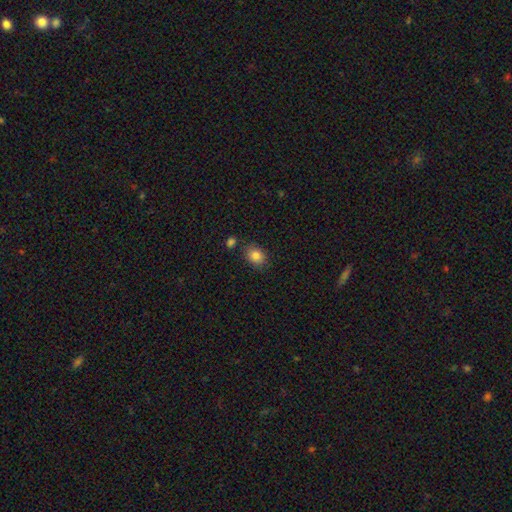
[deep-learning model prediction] This appears to be a smooth galaxy with no disk features (84%) that is in between round and cigar-shaped (52%). Merging: none (80%).